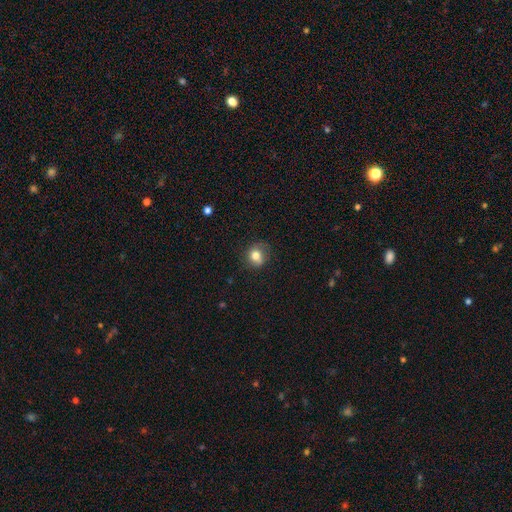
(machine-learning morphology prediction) type=smooth (77%); roundness=round (73%); merging=none (69%).